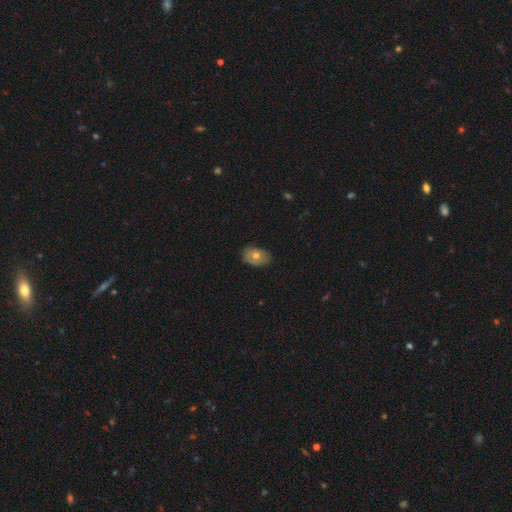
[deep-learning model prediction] The model was most divided on "smooth or featured": smooth: 58%, featured or disk: 34%, star or artifact: 8%. More confident: how rounded — in between (81%); merging — none (74%).